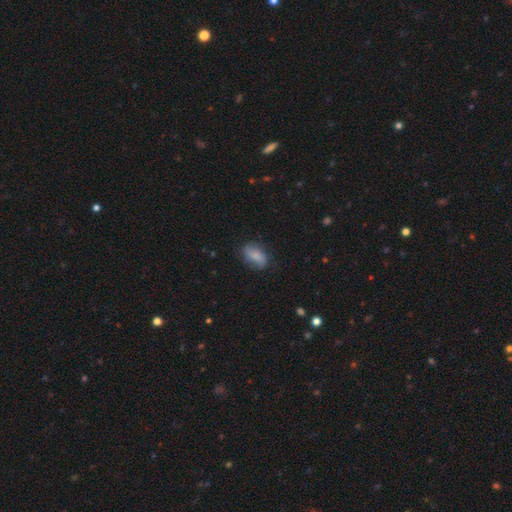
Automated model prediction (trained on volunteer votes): Smooth or featured?
  - smooth: 77% *
  - featured or disk: 15%
  - star or artifact: 8%
How rounded?
  - in between: 88% *
  - round: 9%
  - cigar-shaped: 4%
Merging?
  - none: 69% *
  - minor disturbance: 22%
  - major disturbance: 7%
  - merger: 2%